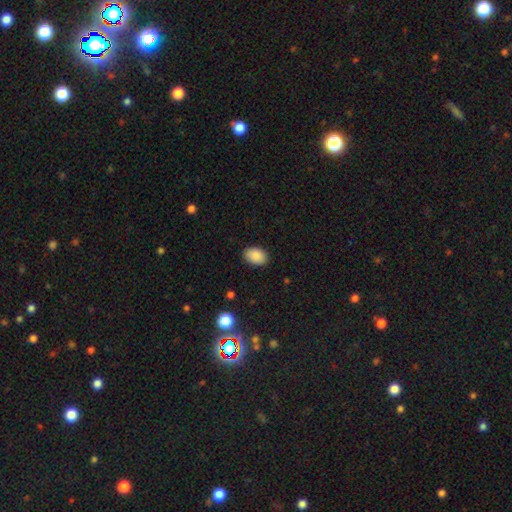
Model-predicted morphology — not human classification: type=smooth (89%); roundness=in between (84%); merging=none (87%).